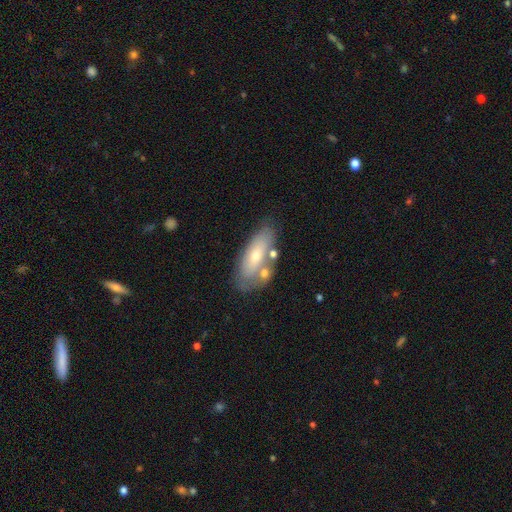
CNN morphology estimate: Smooth or featured?
  - smooth: 54% *
  - featured or disk: 39%
  - star or artifact: 7%
How rounded?
  - in between: 72% *
  - cigar-shaped: 25%
  - round: 3%
Merging?
  - none: 64% *
  - minor disturbance: 17%
  - merger: 13%
  - major disturbance: 5%